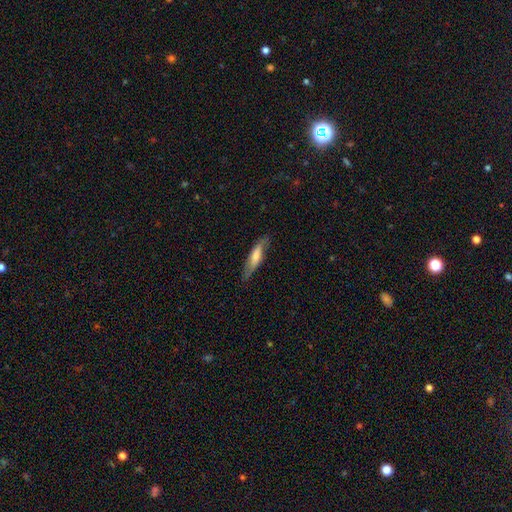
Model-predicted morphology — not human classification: A featured or disk galaxy (49%). Merging: none (77%).